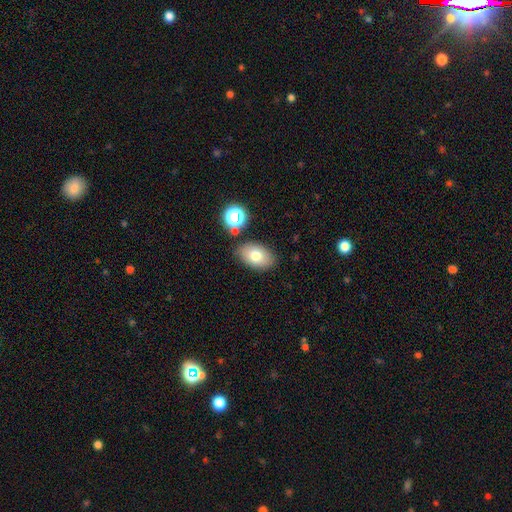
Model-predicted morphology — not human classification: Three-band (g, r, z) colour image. It shows a smooth galaxy with no disk features (76%) that is in between round and cigar-shaped (88%). Merging: none (79%).